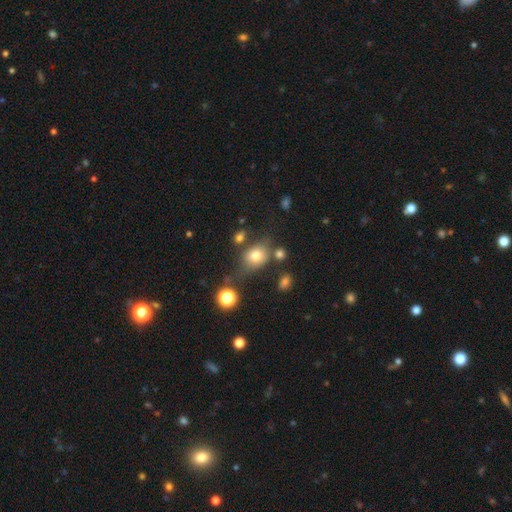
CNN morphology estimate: Smooth or featured?
  - smooth: 74% *
  - star or artifact: 13%
  - featured or disk: 12%
How rounded?
  - in between: 57% *
  - round: 42%
  - cigar-shaped: 1%
Merging?
  - none: 61% *
  - minor disturbance: 20%
  - merger: 11%
  - major disturbance: 9%